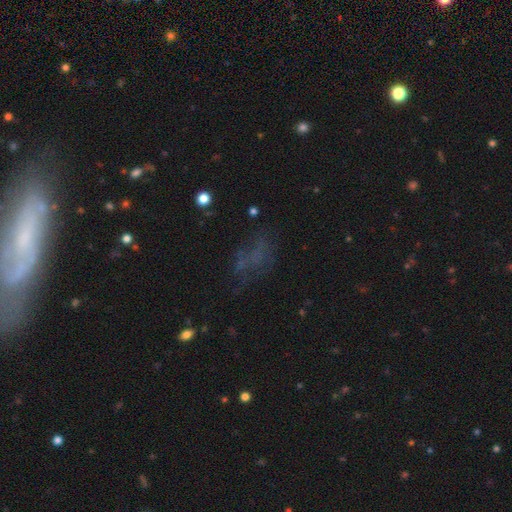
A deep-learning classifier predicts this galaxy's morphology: Overall: smooth (37%; star or artifact 33%). Merging: none (48%; major disturbance 29%).